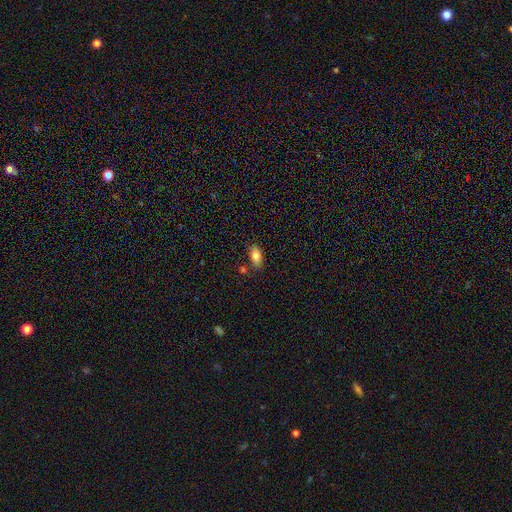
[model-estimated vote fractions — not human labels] Smooth or featured? smooth (81%)
How rounded? in between (89%)
Merging? none (76%)